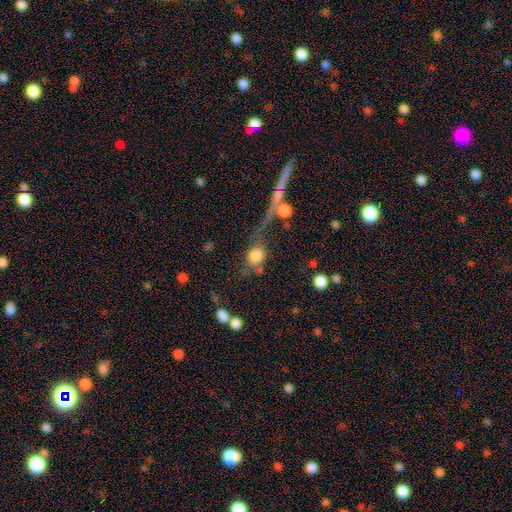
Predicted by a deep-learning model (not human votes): The model was most divided on "merging": none: 50%, merger: 20%, minor disturbance: 16%, major disturbance: 14%. More confident: smooth or featured — smooth (76%); how rounded — round (66%).